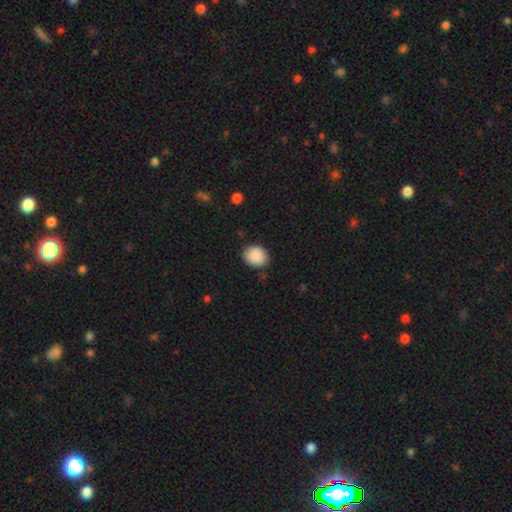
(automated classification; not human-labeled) Q: Smooth or featured?
A: smooth (89%); runner-up: star or artifact (7%)
Q: How rounded?
A: round (56%); runner-up: in between (43%)
Q: Merging?
A: none (83%); runner-up: minor disturbance (13%)